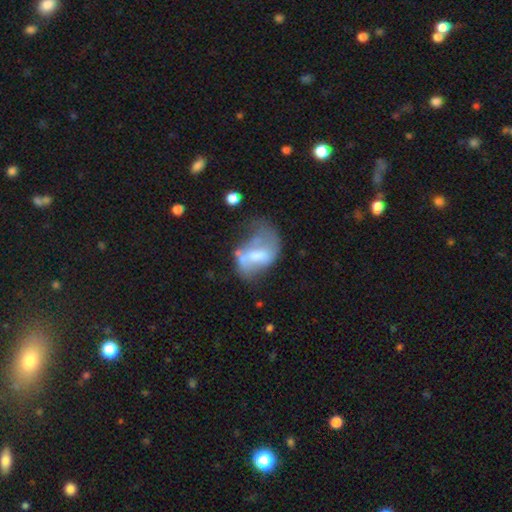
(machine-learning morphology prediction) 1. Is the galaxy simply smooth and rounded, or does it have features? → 53% featured or disk, 38% smooth, 9% star or artifact.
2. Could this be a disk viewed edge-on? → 96% no, 4% yes.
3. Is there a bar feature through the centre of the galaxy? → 42% no, 39% weak, 19% strong.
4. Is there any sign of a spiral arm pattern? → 57% no, 43% yes.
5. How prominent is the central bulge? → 42% moderate, 23% small, 21% none, 12% large, 2% dominant.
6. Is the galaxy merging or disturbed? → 39% major disturbance, 25% minor disturbance, 23% none, 14% merger.